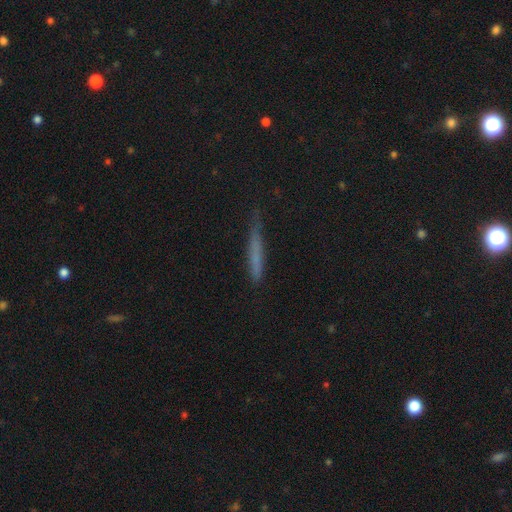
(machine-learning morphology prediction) A smooth galaxy with no disk features (63%) that is cigar-shaped (95%). Merging: none (70%).